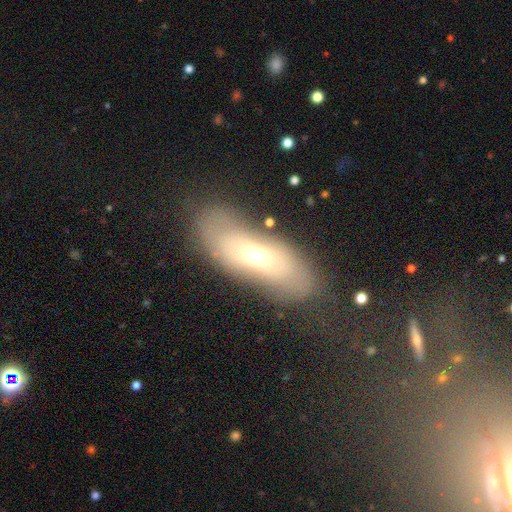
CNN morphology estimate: Q: Smooth or featured?
A: smooth (54%); runner-up: featured or disk (35%)
Q: How rounded?
A: in between (68%); runner-up: cigar-shaped (29%)
Q: Merging?
A: none (59%); runner-up: minor disturbance (21%)